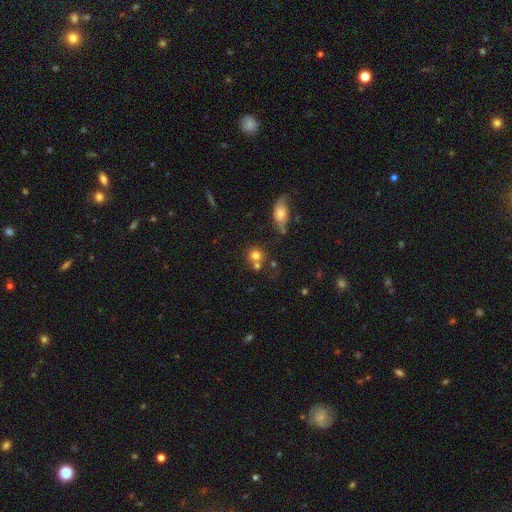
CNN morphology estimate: Smooth or featured? smooth (75%)
How rounded? round (85%)
Merging? none (55%)